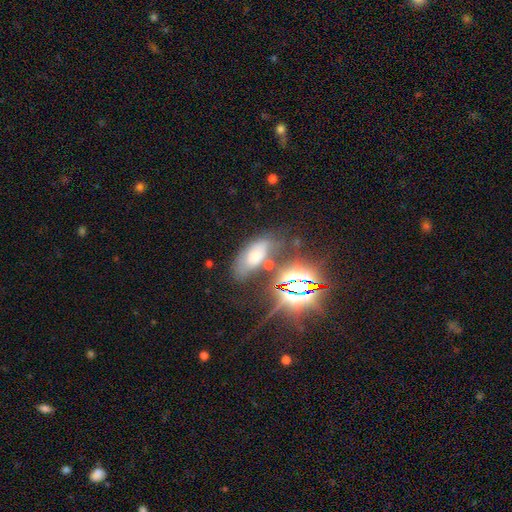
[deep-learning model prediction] smooth_or_featured: smooth (p=0.51) [alt: star or artifact p=0.28]
how_rounded: in between (p=0.88) [alt: cigar-shaped p=0.07]
merging: none (p=0.58) [alt: minor disturbance p=0.21]